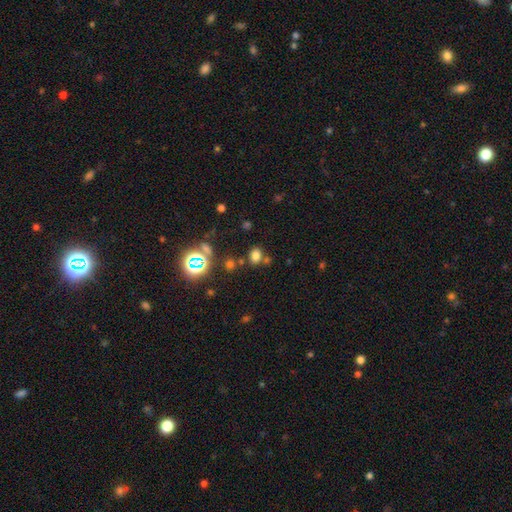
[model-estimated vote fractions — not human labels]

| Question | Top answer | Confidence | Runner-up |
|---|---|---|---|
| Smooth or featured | smooth | 68% | star or artifact (25%) |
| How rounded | in between | 59% | round (40%) |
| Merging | none | 72% | merger (13%) |